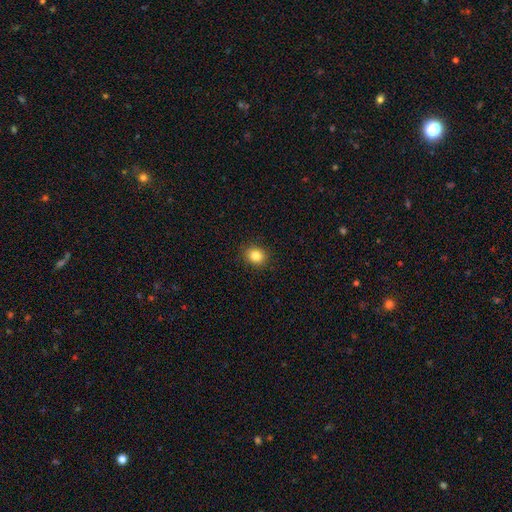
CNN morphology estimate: A smooth galaxy with no disk features (84%) that is round (65%). Merging: none (90%).